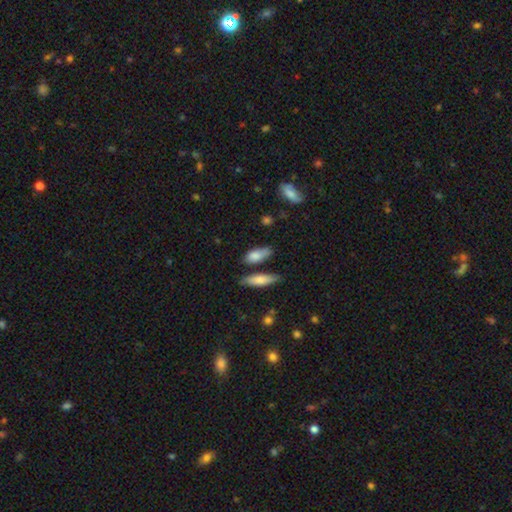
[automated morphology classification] Smooth or featured: smooth — 79% (featured or disk — 14%)
How rounded: in between — 67% (cigar-shaped — 29%)
Merging: none — 67% (minor disturbance — 19%)